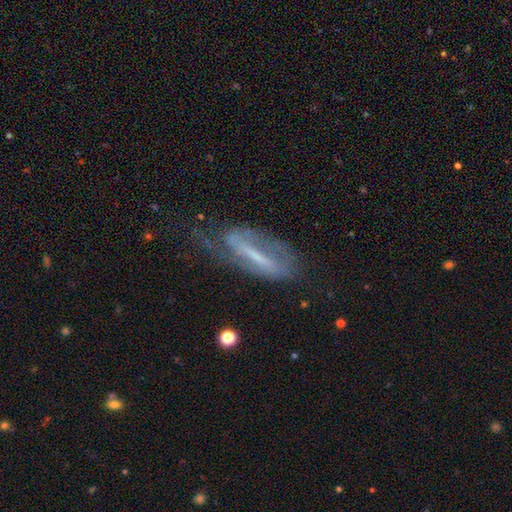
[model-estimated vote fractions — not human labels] featured or disk 73%, smooth 18%, star or artifact 9%. Down the decision tree: edge-on disk — no (78%); bar — strong (62%); spiral arms — yes (76%); bulge size — small (44%); merging — none (48%).